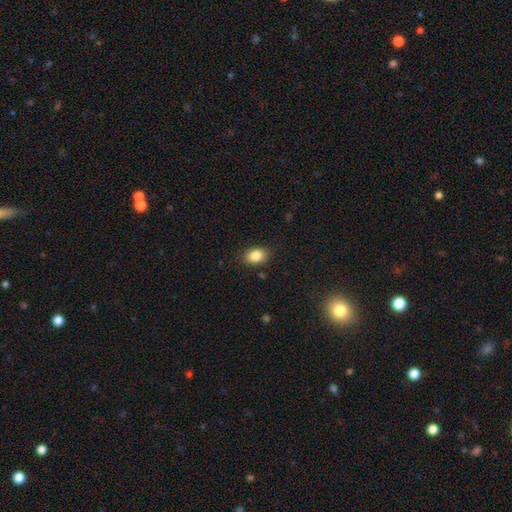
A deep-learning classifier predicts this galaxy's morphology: A smooth galaxy with no disk features (85%) that is in between round and cigar-shaped (74%).

Vote fractions:
- Smooth or featured? smooth: 85% / star or artifact: 9% / featured or disk: 6%
- How rounded? in between: 74% / round: 24% / cigar-shaped: 1%
- Merging? none: 87% / minor disturbance: 10% / major disturbance: 2% / merger: 1%